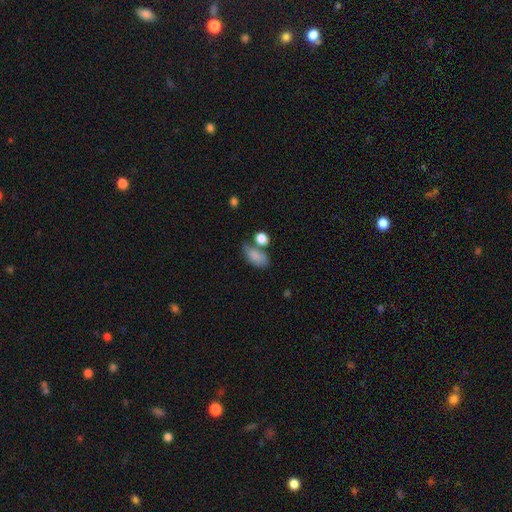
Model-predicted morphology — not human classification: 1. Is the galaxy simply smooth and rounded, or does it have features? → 81% smooth, 10% featured or disk, 9% star or artifact.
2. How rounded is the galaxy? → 87% in between, 9% round, 3% cigar-shaped.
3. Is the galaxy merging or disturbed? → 40% none, 26% merger, 23% minor disturbance, 12% major disturbance.